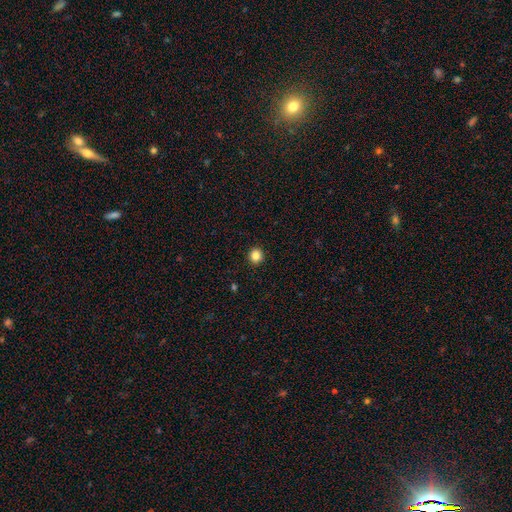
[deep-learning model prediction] A smooth galaxy with no disk features (85%) that is round (91%).

Vote fractions:
- Smooth or featured? smooth: 85% / star or artifact: 11% / featured or disk: 4%
- How rounded? round: 91% / in between: 8% / cigar-shaped: 1%
- Merging? none: 93% / minor disturbance: 5% / major disturbance: 2% / merger: 1%